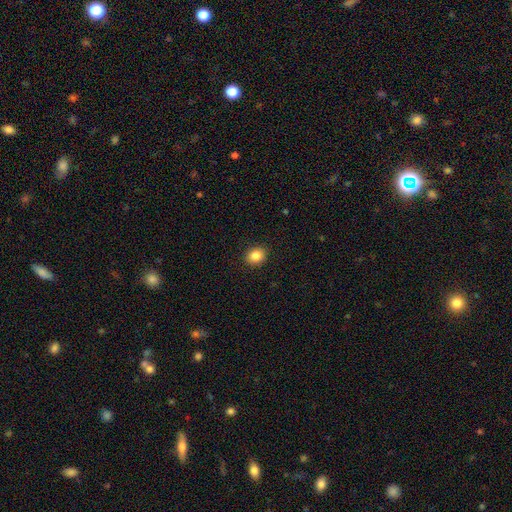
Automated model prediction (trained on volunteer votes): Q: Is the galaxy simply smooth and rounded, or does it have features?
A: smooth — 85%.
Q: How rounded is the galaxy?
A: round — 58%.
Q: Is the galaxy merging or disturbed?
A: none — 90%.